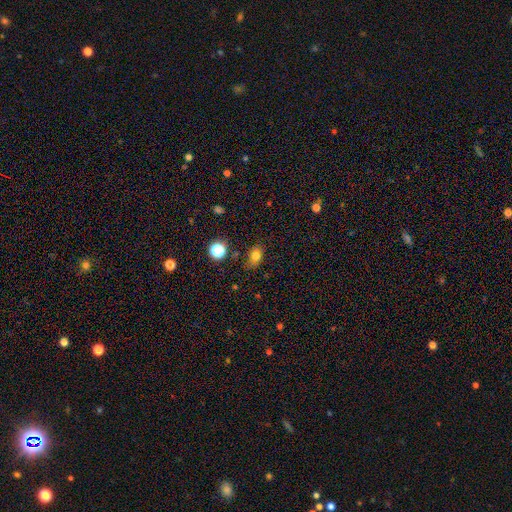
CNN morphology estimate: type=smooth (78%); roundness=in between (75%); merging=none (79%).